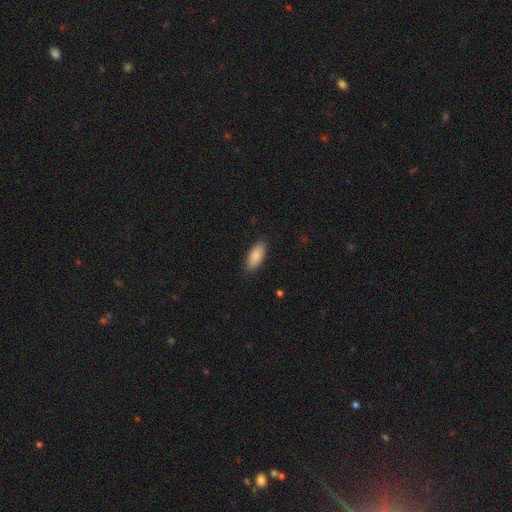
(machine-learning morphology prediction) Smooth or featured?
  - smooth: 88% *
  - star or artifact: 6%
  - featured or disk: 5%
How rounded?
  - in between: 85% *
  - cigar-shaped: 14%
  - round: 2%
Merging?
  - none: 87% *
  - minor disturbance: 10%
  - major disturbance: 2%
  - merger: 1%